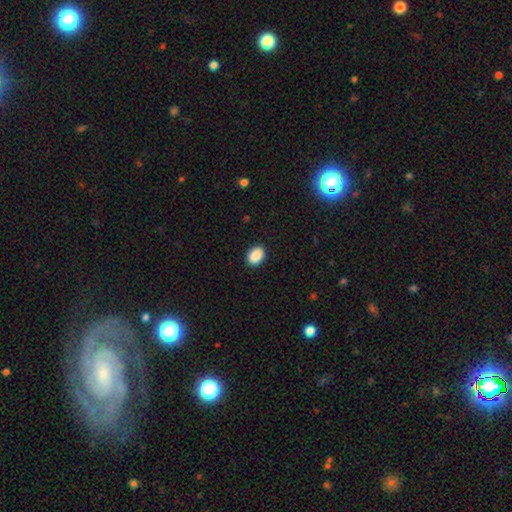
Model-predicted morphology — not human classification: Smooth or featured: smooth — 90% (star or artifact — 7%)
How rounded: in between — 76% (round — 23%)
Merging: none — 90% (minor disturbance — 7%)